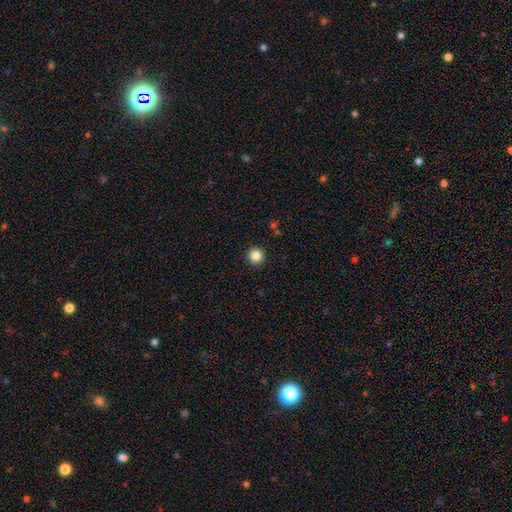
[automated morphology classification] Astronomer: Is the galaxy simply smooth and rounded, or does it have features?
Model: smooth — 86%.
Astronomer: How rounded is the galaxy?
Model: round — 96%.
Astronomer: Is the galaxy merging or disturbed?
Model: none — 93%.